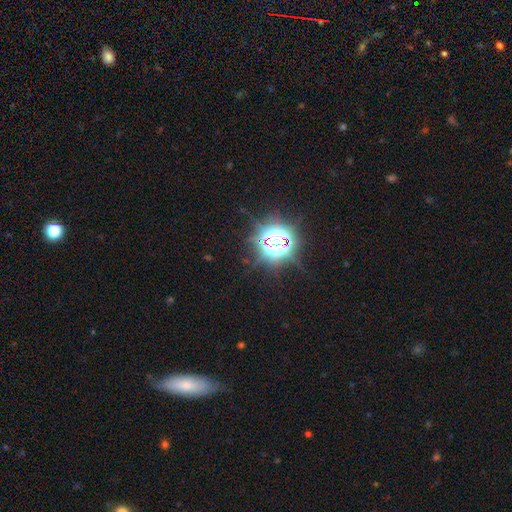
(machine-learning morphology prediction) This appears to be a star or artifact, not a galaxy (71%).